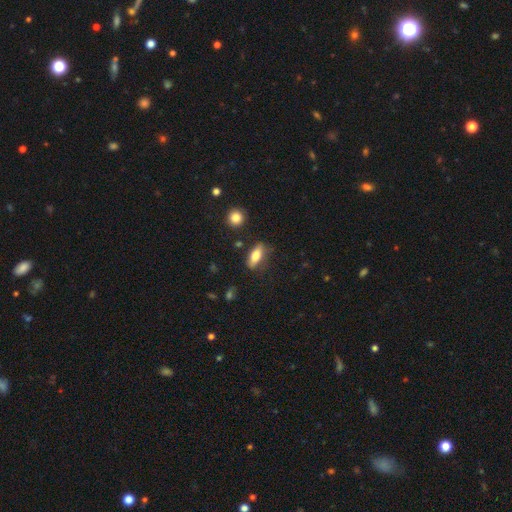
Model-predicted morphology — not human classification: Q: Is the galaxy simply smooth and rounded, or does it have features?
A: smooth — 77%.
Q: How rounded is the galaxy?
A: in between — 75%.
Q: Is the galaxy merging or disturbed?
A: none — 76%.